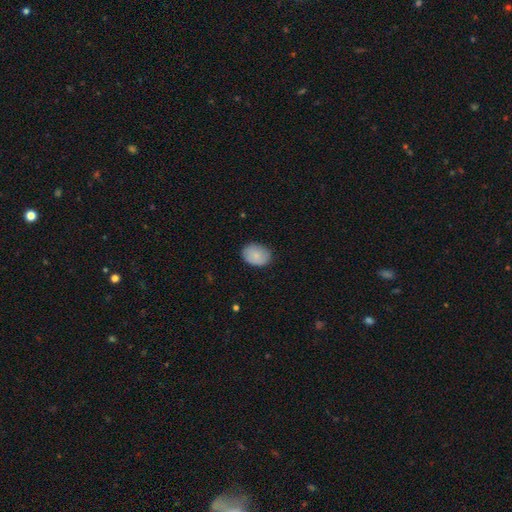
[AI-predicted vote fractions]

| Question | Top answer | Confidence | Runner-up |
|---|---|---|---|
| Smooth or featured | smooth | 83% | featured or disk (10%) |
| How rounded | in between | 70% | round (29%) |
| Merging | none | 83% | minor disturbance (13%) |